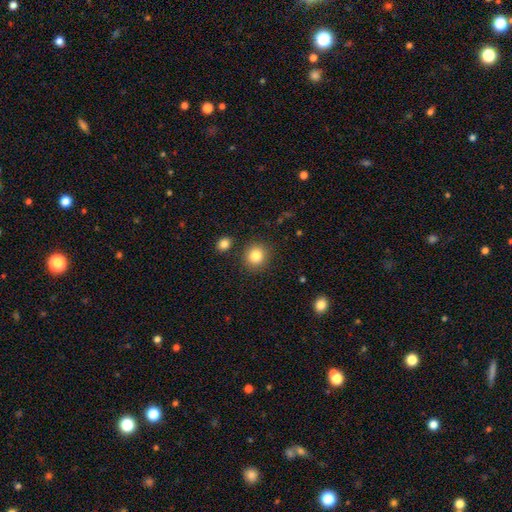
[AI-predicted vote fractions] The model was most divided on "smooth or featured": smooth: 84%, star or artifact: 10%, featured or disk: 6%. More confident: how rounded — round (88%); merging — none (87%).